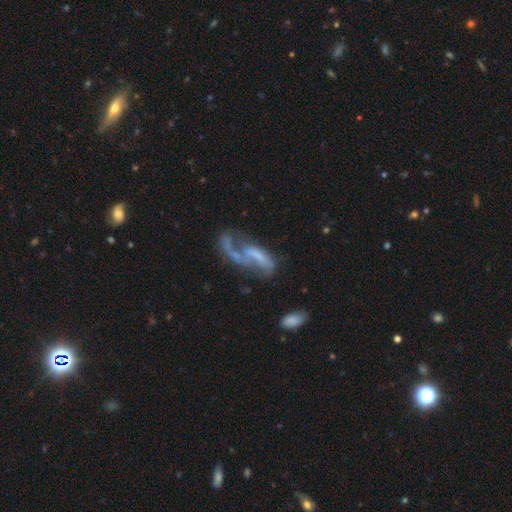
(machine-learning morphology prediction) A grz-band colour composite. It shows a featured or disk galaxy (65%) with no bar (52%), spiral arms (62%) and no central bulge (59%). Merging: major disturbance (45%).